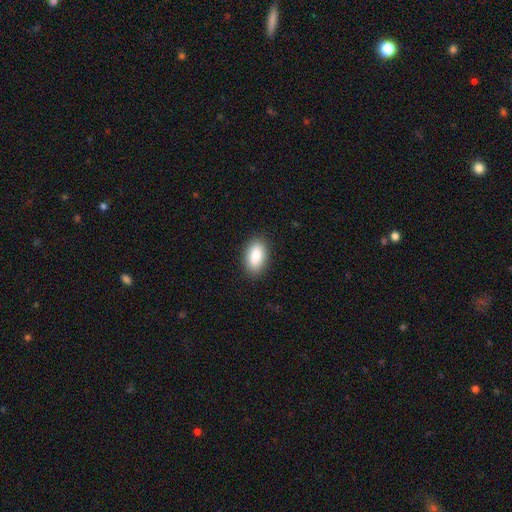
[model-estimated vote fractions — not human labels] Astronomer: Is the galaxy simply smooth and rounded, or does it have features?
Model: smooth — 87%.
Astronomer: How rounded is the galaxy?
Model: in between — 93%.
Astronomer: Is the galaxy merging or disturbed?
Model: none — 89%.